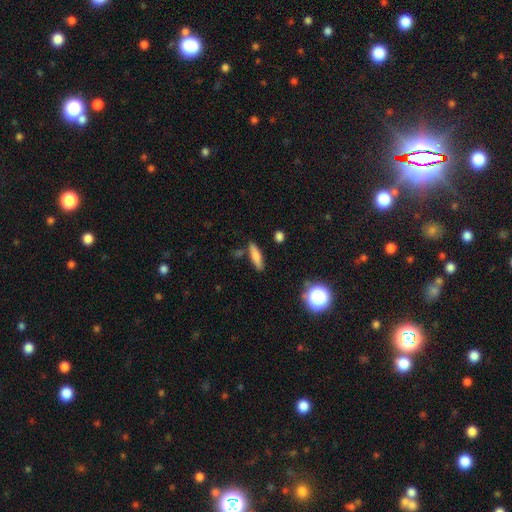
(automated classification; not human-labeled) Morphology: type=smooth (73%); roundness=cigar-shaped (69%); merging=none (82%).